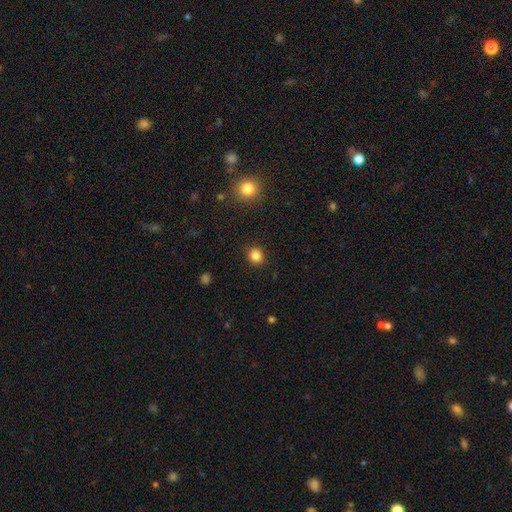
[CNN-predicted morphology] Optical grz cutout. It shows a smooth galaxy with no disk features (84%) that is round (83%). Merging: none (89%).